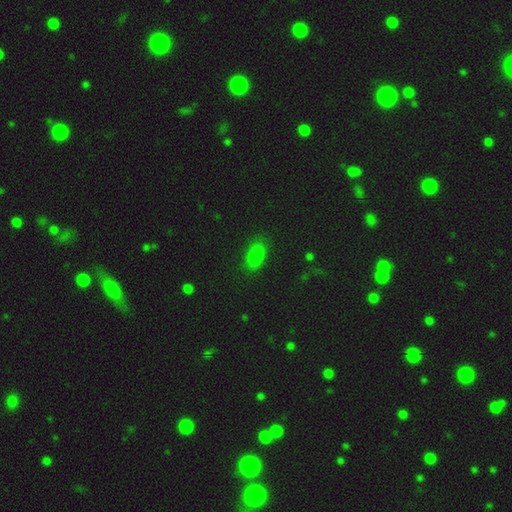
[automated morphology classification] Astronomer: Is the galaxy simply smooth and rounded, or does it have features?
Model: smooth — 81%.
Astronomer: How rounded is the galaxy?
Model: in between — 89%.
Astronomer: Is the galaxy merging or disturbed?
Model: none — 80%.